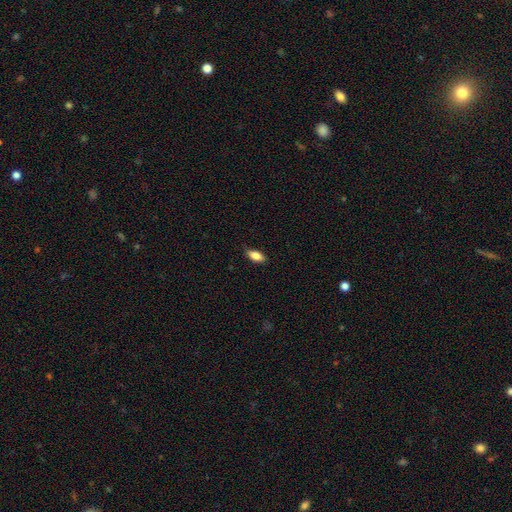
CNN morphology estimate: A smooth galaxy with no disk features (84%) that is in between round and cigar-shaped (87%).

Vote fractions:
- Smooth or featured? smooth: 84% / featured or disk: 9% / star or artifact: 7%
- How rounded? in between: 87% / cigar-shaped: 10% / round: 3%
- Merging? none: 83% / minor disturbance: 14% / major disturbance: 2% / merger: 1%